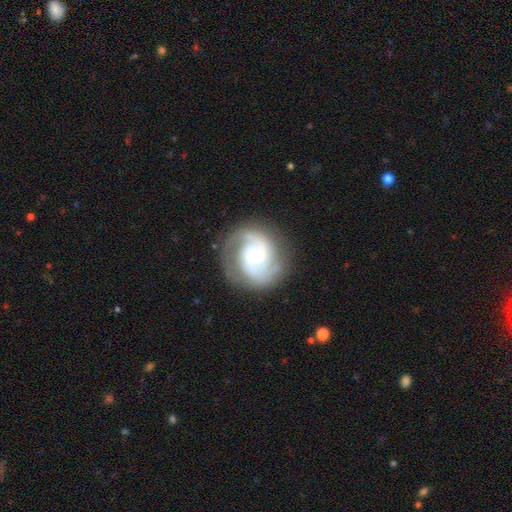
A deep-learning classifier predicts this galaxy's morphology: This is clearly a featured or disk galaxy (85%). It is clearly not viewed edge-on (98%). Bar: likely no (62%). Spiral arm pattern: clearly yes (96%). Spiral arm count: possibly 2 (59%). Spiral winding: possibly tight (50%). Central bulge: possibly moderate (51%). Merging: likely none (78%).